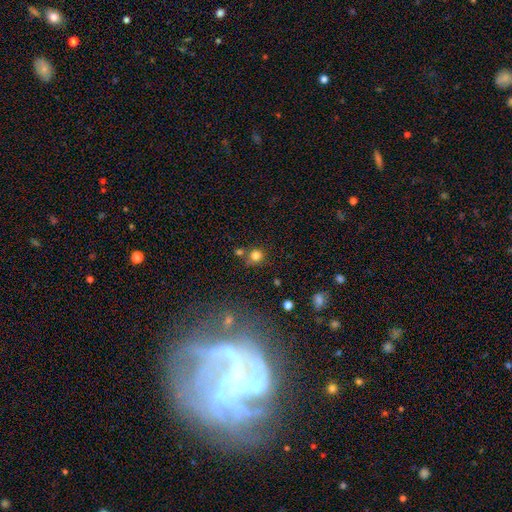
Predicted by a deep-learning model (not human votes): smooth_or_featured: smooth (p=0.80) [alt: star or artifact p=0.13]
how_rounded: round (p=0.91) [alt: in between p=0.08]
merging: none (p=0.67) [alt: merger p=0.17]